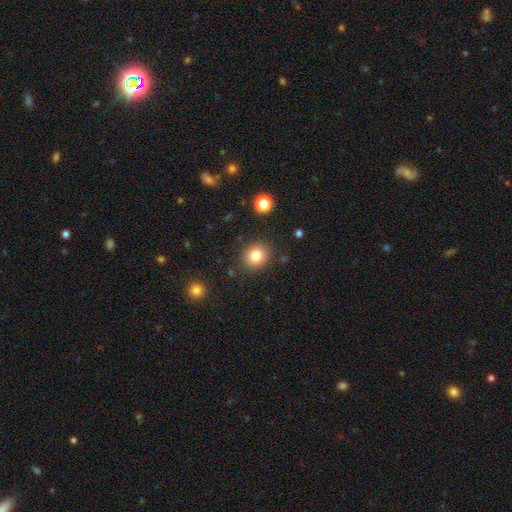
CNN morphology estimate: type=smooth (81%); roundness=round (74%); merging=none (86%).